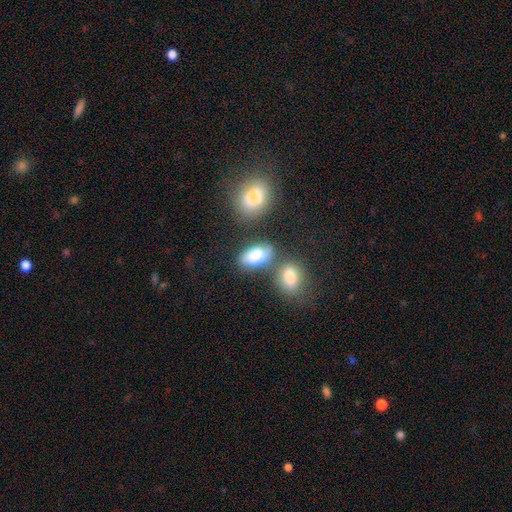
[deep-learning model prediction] Smooth or featured?
  - smooth: 77% *
  - featured or disk: 15%
  - star or artifact: 8%
How rounded?
  - in between: 90% *
  - round: 8%
  - cigar-shaped: 2%
Merging?
  - none: 56% *
  - minor disturbance: 19%
  - merger: 18%
  - major disturbance: 7%